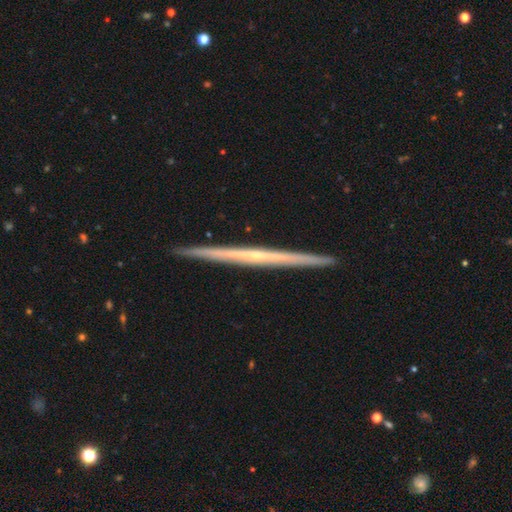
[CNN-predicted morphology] featured or disk 78%, smooth 17%, star or artifact 5%. Down the decision tree: edge-on disk — yes (98%); edge-on bulge — none (69%); merging — none (93%).